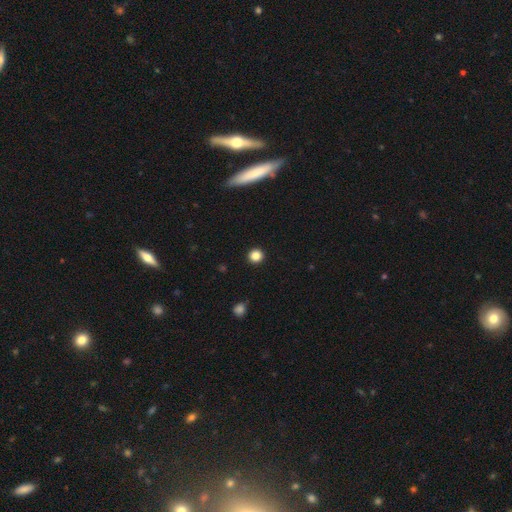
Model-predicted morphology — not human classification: smooth-or-featured: smooth: 85% | star or artifact: 11% | featured or disk: 4%
  how-rounded: round: 95% | in between: 4% | cigar-shaped: 1%
  merging: none: 93% | minor disturbance: 4% | major disturbance: 2% | merger: 1%